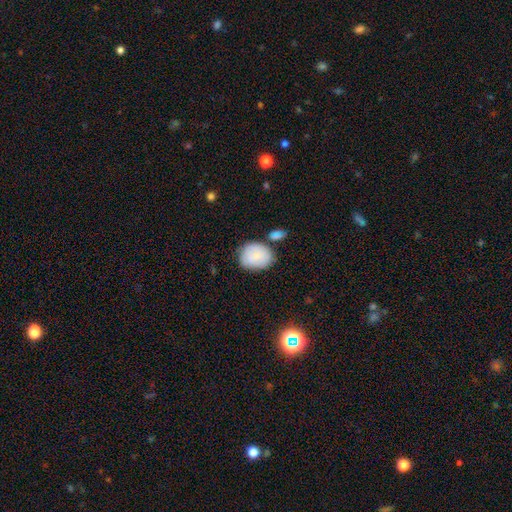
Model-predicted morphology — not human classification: smooth_or_featured: smooth (p=0.82) [alt: featured or disk p=0.12]
how_rounded: in between (p=0.55) [alt: round p=0.44]
merging: none (p=0.63) [alt: minor disturbance p=0.19]